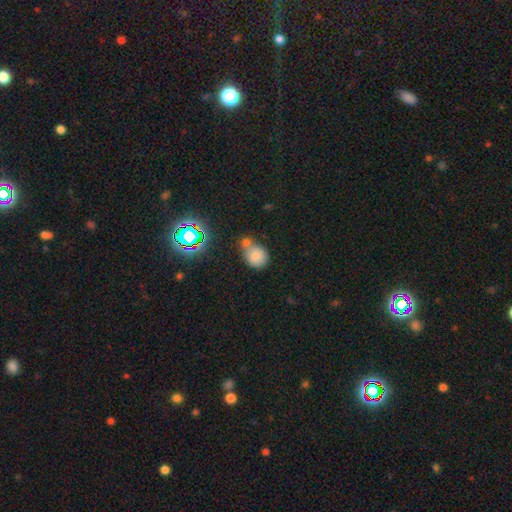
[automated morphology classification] This is likely a smooth galaxy (74%). How rounded: likely round (67%). Merging: marginally merger (40%).